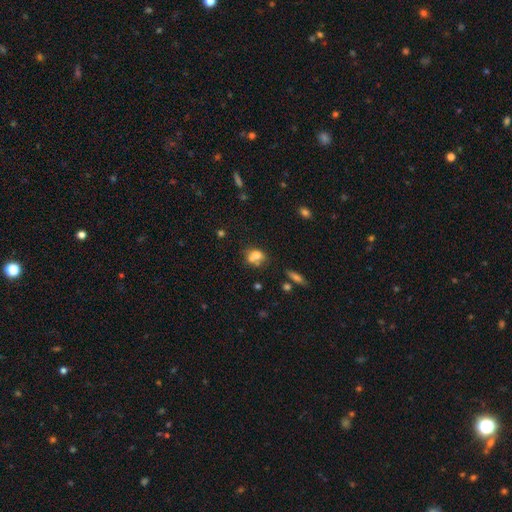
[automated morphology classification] Smooth or featured? smooth (68%)
How rounded? in between (51%)
Merging? merger (47%)